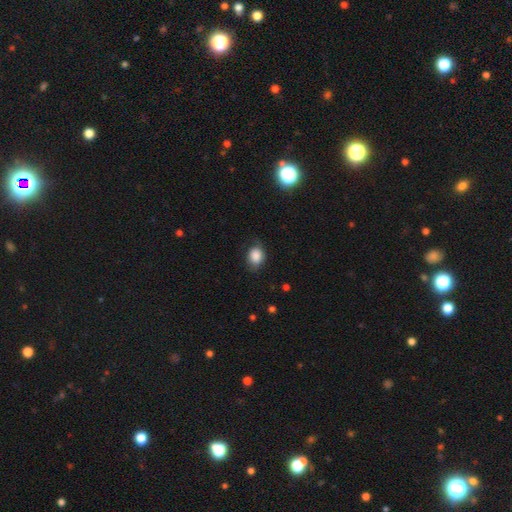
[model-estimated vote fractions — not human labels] smooth 85%, star or artifact 8%, featured or disk 7%. Down the decision tree: how rounded — in between (57%); merging — none (66%).